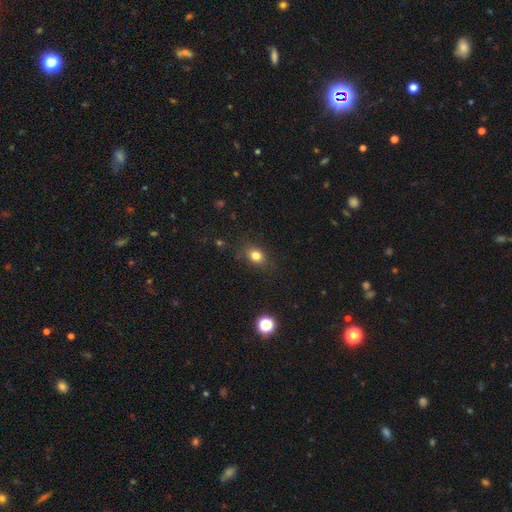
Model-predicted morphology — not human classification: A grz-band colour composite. It shows a smooth galaxy with no disk features (79%) that is in between round and cigar-shaped (53%). Merging: none (81%).